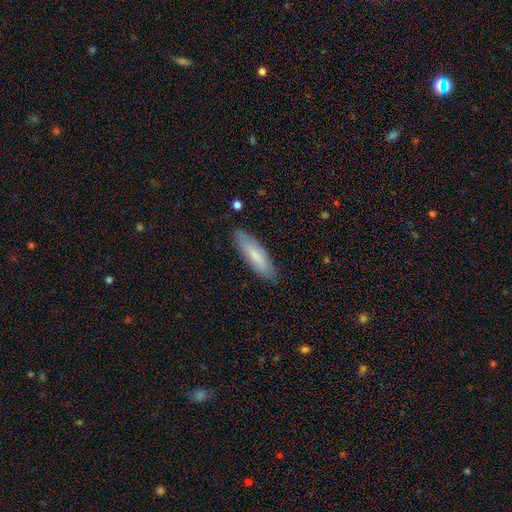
Overall: smooth (74%). How rounded: cigar-shaped (76%). Merging: none (89%).